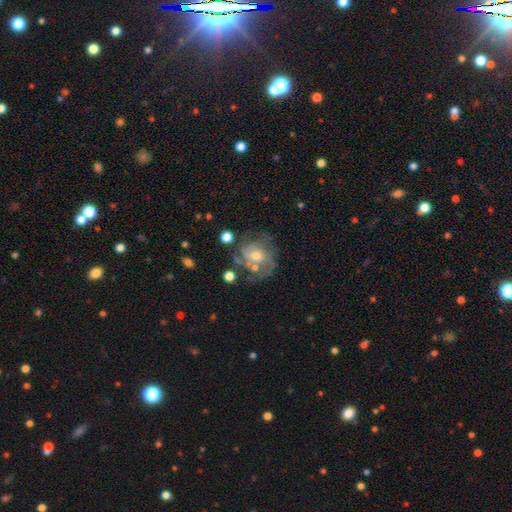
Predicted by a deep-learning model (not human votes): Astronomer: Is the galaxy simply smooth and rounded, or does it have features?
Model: featured or disk — 71%.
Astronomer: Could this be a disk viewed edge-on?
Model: no — 98%.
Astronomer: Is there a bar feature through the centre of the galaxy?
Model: no — 71%.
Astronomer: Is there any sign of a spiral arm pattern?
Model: yes — 83%.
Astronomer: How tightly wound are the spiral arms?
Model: tight — 48% (runner-up: medium, 38%).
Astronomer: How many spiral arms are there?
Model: can't tell — 41% (runner-up: 3, 22%).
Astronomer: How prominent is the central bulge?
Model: moderate — 53% (runner-up: small, 41%).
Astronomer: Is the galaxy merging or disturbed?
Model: none — 56%.